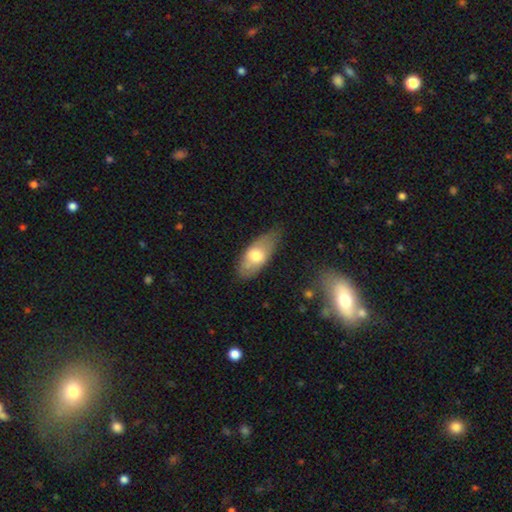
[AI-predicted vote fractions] Smooth or featured? Predicted: smooth (p=0.64). How rounded? Predicted: in between (p=0.86). Merging? Predicted: none (p=0.66).